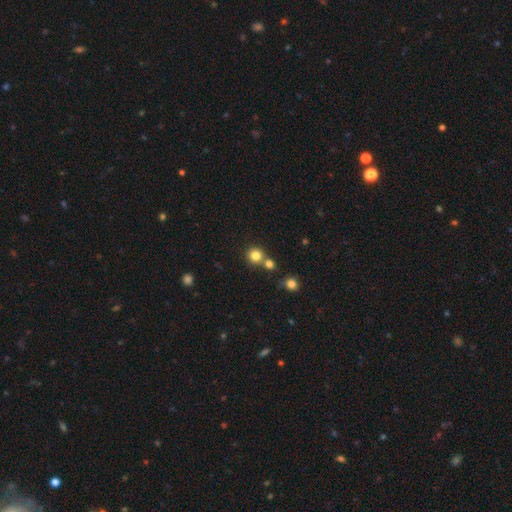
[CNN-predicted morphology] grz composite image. It shows a smooth galaxy with no disk features (81%) that is round (92%). Merging: none (66%).